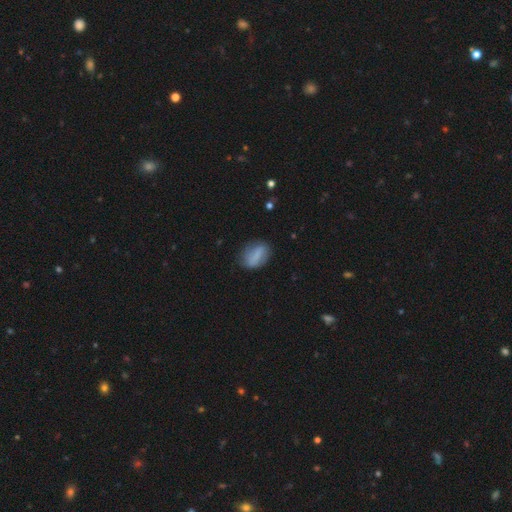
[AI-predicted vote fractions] smooth 67%, featured or disk 25%, star or artifact 8%. Down the decision tree: how rounded — in between (79%); merging — none (71%).